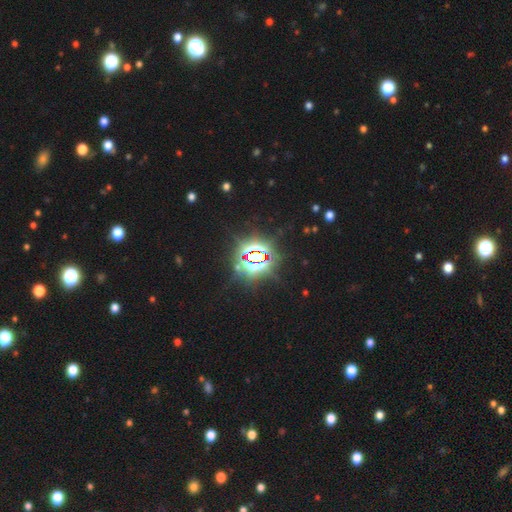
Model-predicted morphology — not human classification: Smooth or featured?
  - star or artifact: 83% *
  - smooth: 9%
  - featured or disk: 8%